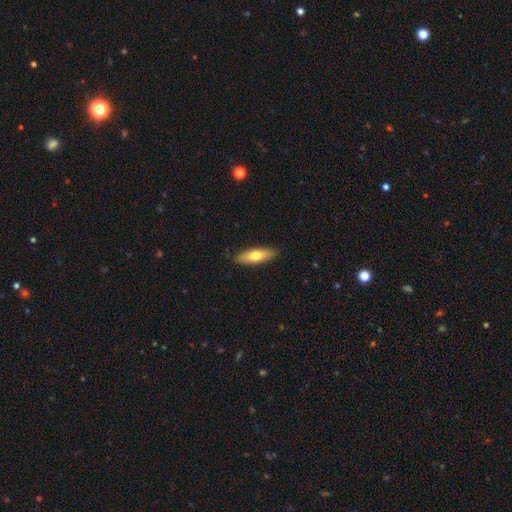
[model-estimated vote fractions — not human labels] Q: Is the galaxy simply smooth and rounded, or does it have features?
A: smooth — 66%.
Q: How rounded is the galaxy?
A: cigar-shaped — 50%.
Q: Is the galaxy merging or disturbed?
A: none — 90%.